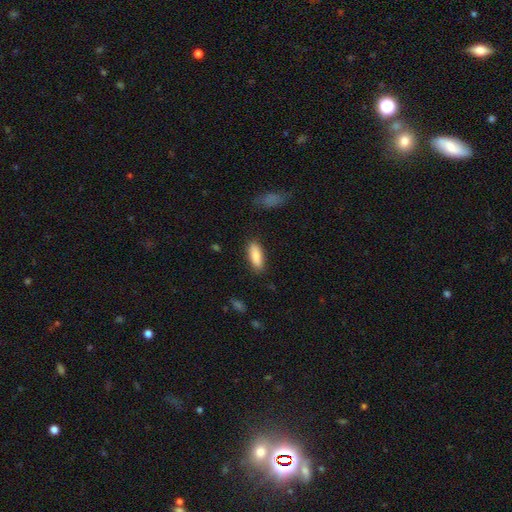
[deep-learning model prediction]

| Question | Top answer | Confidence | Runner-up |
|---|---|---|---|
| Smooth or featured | smooth | 84% | featured or disk (10%) |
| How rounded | in between | 72% | cigar-shaped (26%) |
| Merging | none | 84% | minor disturbance (12%) |